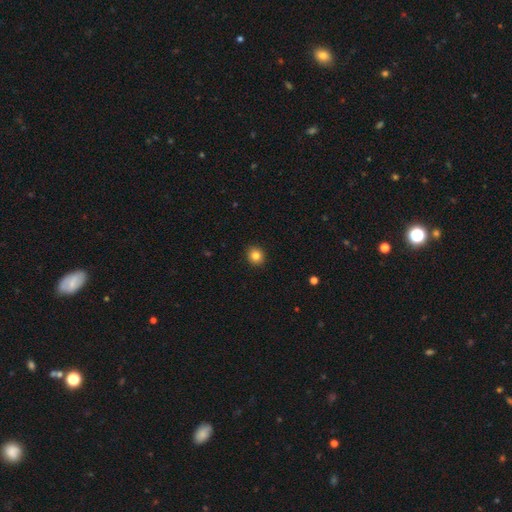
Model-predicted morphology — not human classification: A smooth galaxy with no disk features (84%) that is round (86%). Merging: none (92%).